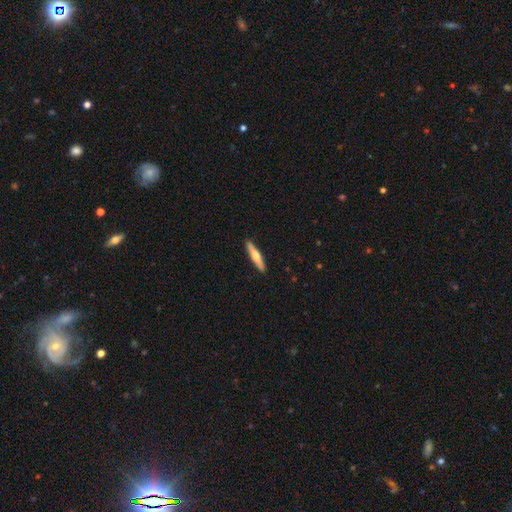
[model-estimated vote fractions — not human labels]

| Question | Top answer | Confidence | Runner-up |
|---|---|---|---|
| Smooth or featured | smooth | 48% | featured or disk (47%) |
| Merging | none | 91% | minor disturbance (6%) |